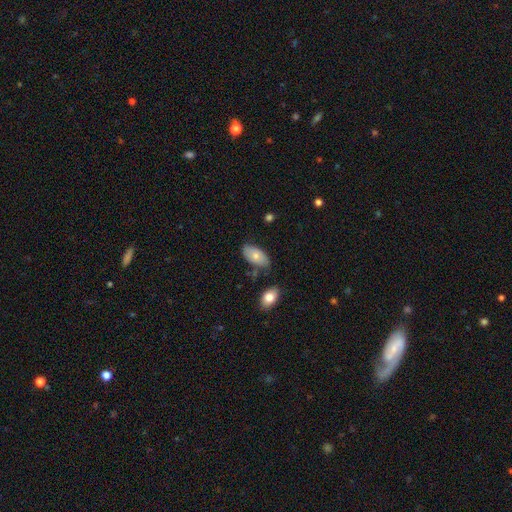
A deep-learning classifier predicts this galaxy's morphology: smooth_or_featured: smooth (p=0.74) [alt: featured or disk p=0.19]
how_rounded: in between (p=0.94) [alt: round p=0.03]
merging: none (p=0.70) [alt: minor disturbance p=0.19]